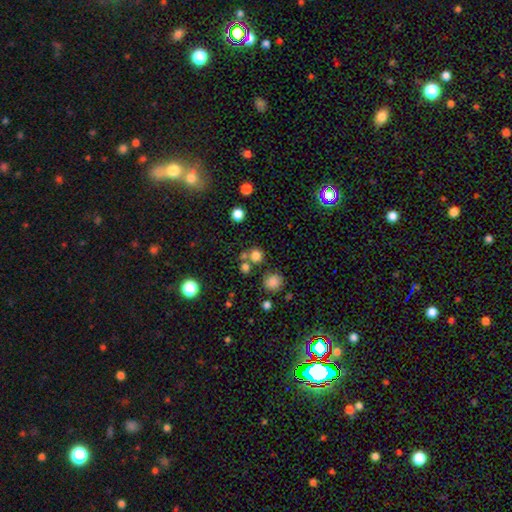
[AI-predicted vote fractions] Q: Smooth or featured?
A: smooth (75%); runner-up: star or artifact (17%)
Q: How rounded?
A: round (89%); runner-up: in between (10%)
Q: Merging?
A: none (64%); runner-up: merger (24%)